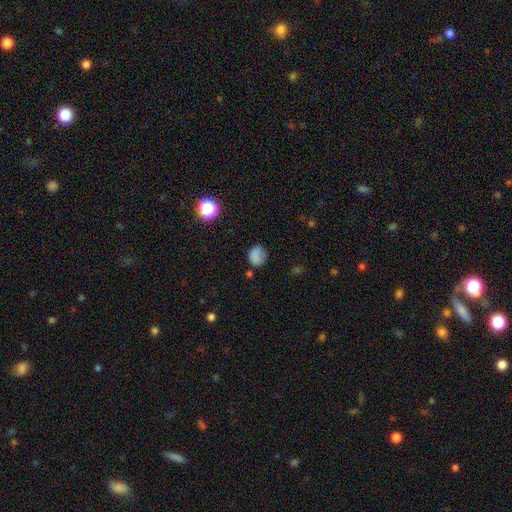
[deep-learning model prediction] Q: Smooth or featured?
A: smooth (80%); runner-up: star or artifact (13%)
Q: How rounded?
A: round (68%); runner-up: in between (31%)
Q: Merging?
A: none (69%); runner-up: minor disturbance (22%)